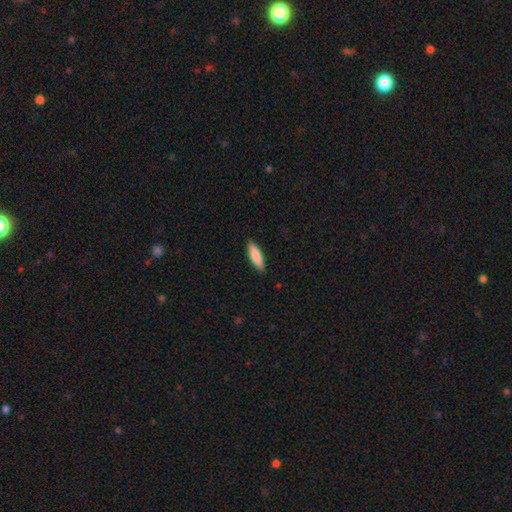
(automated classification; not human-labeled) Overall: smooth (86%). How rounded: cigar-shaped (52%; in between 46%). Merging: none (89%).